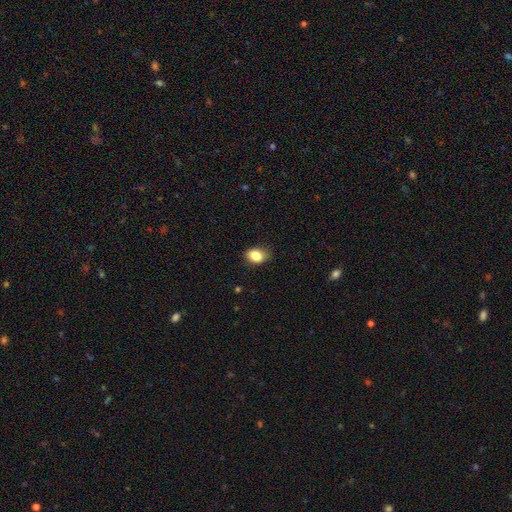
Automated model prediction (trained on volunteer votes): This is clearly a smooth galaxy (85%). How rounded: likely in between (76%). Merging: likely none (77%).